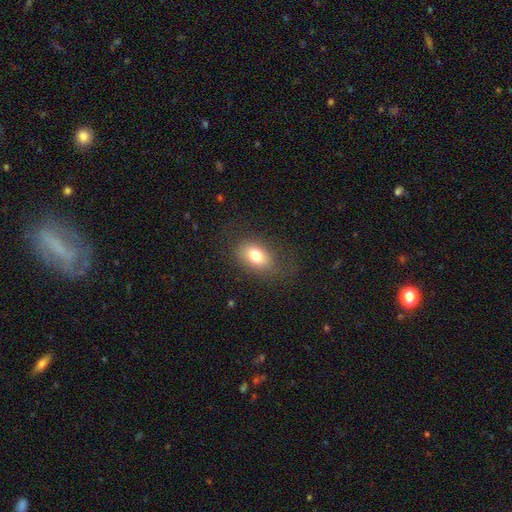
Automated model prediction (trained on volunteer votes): Smooth or featured? smooth (77%)
How rounded? in between (81%)
Merging? none (74%)